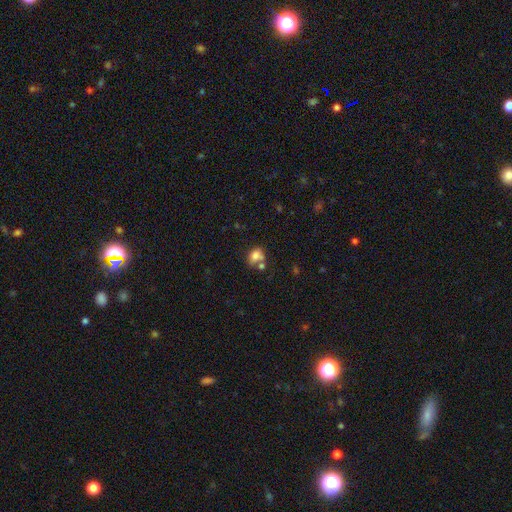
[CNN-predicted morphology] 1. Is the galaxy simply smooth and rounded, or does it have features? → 75% smooth, 13% featured or disk, 12% star or artifact.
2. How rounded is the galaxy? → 60% in between, 39% round, 1% cigar-shaped.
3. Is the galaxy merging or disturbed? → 42% none, 37% merger, 15% minor disturbance, 7% major disturbance.